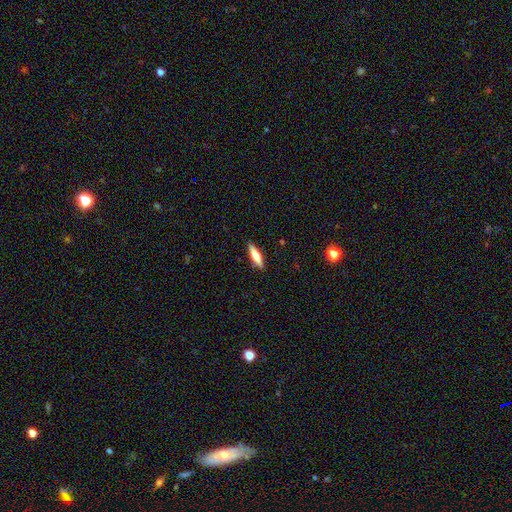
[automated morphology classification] Q: Smooth or featured?
A: smooth (61%); runner-up: featured or disk (32%)
Q: How rounded?
A: cigar-shaped (70%); runner-up: in between (28%)
Q: Merging?
A: none (89%); runner-up: minor disturbance (8%)